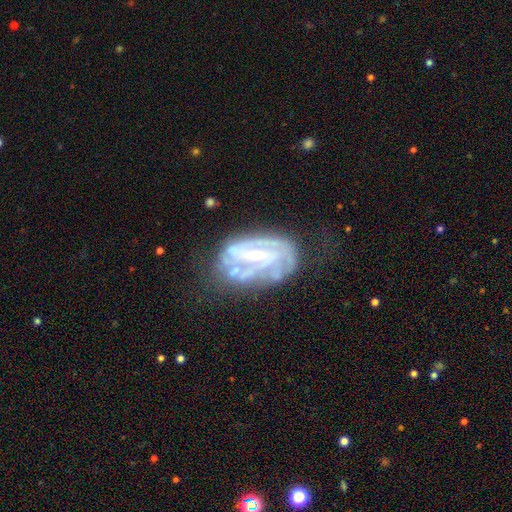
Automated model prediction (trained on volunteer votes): Q: Smooth or featured?
A: featured or disk (83%); runner-up: smooth (10%)
Q: Edge-on disk?
A: no (96%); runner-up: yes (4%)
Q: Bar?
A: weak (43%); runner-up: strong (32%)
Q: Spiral arms?
A: yes (85%); runner-up: no (15%)
Q: Spiral winding?
A: tight (54%); runner-up: medium (35%)
Q: Spiral arm count?
A: 2 (36%); runner-up: can't tell (34%)
Q: Bulge size?
A: small (63%); runner-up: moderate (28%)
Q: Merging?
A: none (55%); runner-up: minor disturbance (24%)